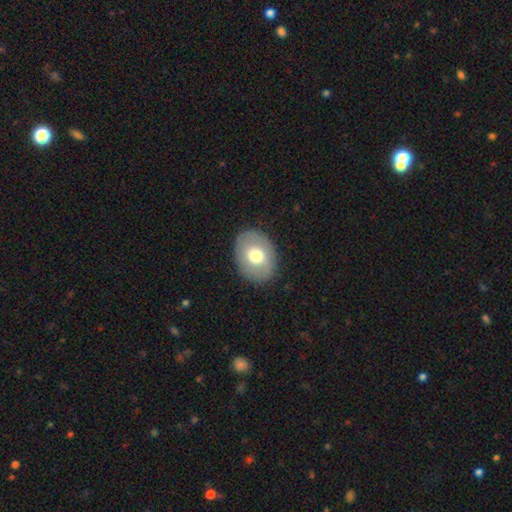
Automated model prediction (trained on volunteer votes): A smooth galaxy with no disk features (65%) that is in between round and cigar-shaped (69%).

Vote fractions:
- Smooth or featured? smooth: 65% / featured or disk: 29% / star or artifact: 6%
- How rounded? in between: 69% / round: 30% / cigar-shaped: 1%
- Merging? none: 86% / minor disturbance: 10% / major disturbance: 3% / merger: 1%